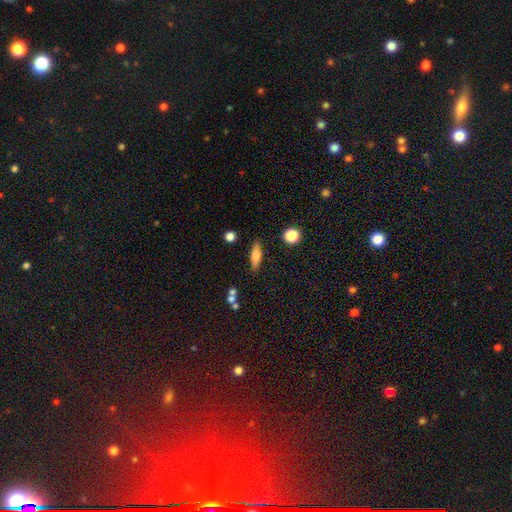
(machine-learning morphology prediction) Overall: smooth (62%; featured or disk 30%). How rounded: cigar-shaped (58%; in between 38%). Merging: none (84%).